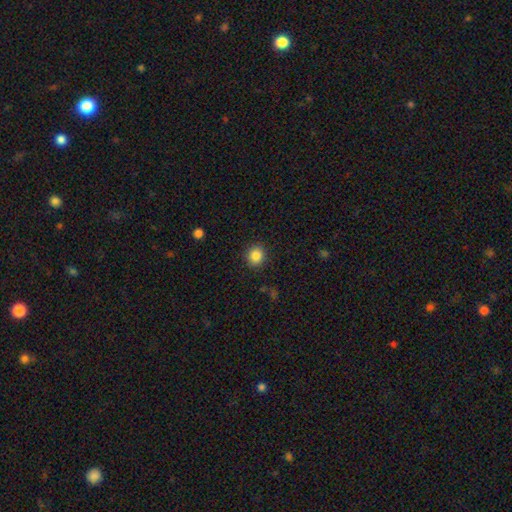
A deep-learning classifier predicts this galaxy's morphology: smooth 86%, star or artifact 10%, featured or disk 4%. Down the decision tree: how rounded — round (78%); merging — none (89%).